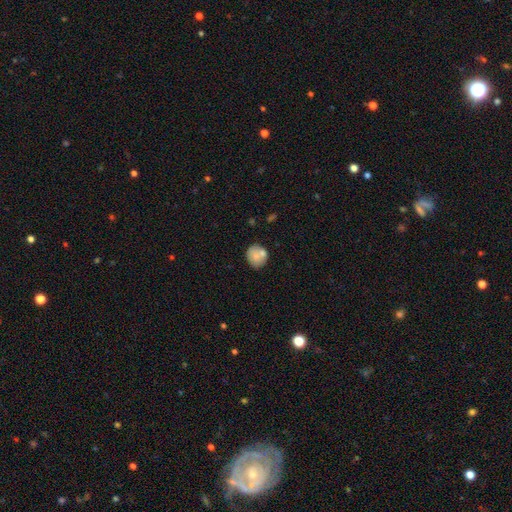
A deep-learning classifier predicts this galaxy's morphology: Overall: smooth (74%). How rounded: round (75%). Merging: none (61%).